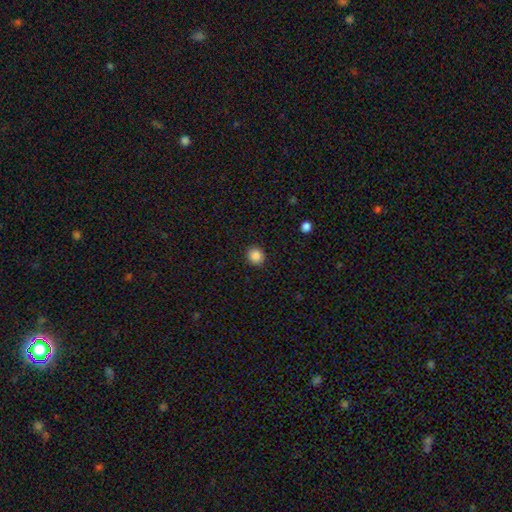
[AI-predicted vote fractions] A smooth galaxy with no disk features (87%) that is round (88%).

Vote fractions:
- Smooth or featured? smooth: 87% / star or artifact: 10% / featured or disk: 3%
- How rounded? round: 88% / in between: 11% / cigar-shaped: 1%
- Merging? none: 91% / minor disturbance: 6% / major disturbance: 2% / merger: 1%